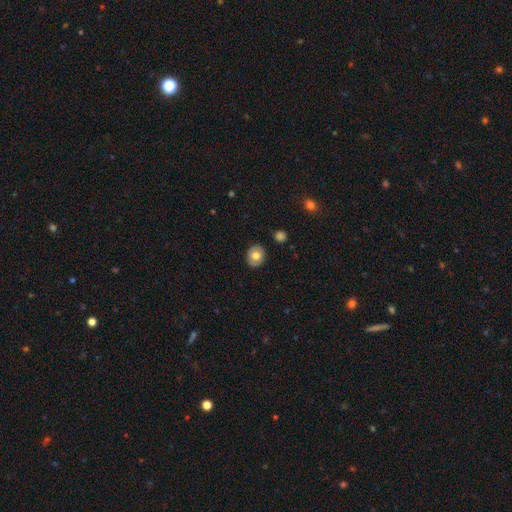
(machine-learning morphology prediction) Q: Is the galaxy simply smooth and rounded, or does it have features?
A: smooth — 76%.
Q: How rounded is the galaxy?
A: round — 67%.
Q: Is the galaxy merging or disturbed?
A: none — 89%.